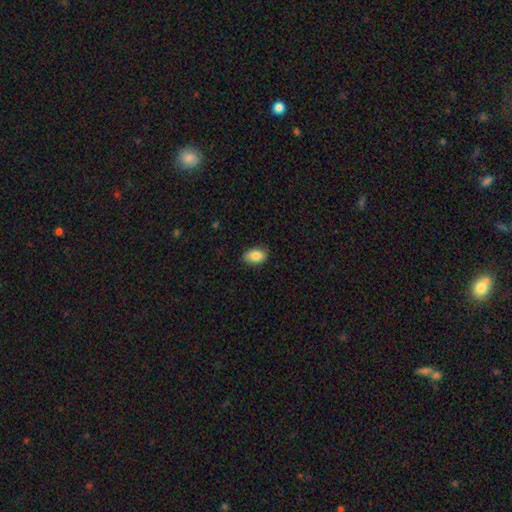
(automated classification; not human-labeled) The model was most divided on "merging": none: 82%, minor disturbance: 14%, major disturbance: 3%, merger: 1%. More confident: how rounded — in between (87%); smooth or featured — smooth (87%).